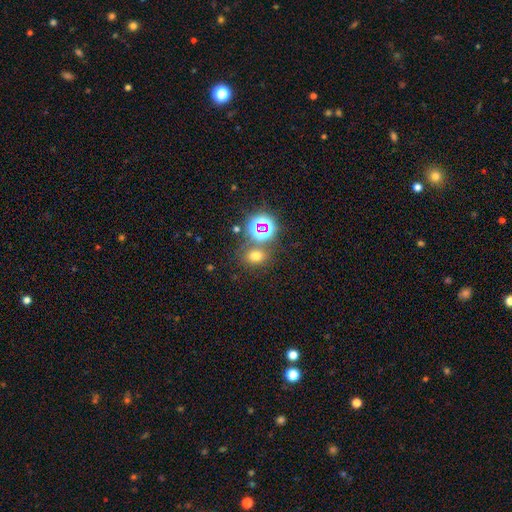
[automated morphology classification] Smooth or featured: smooth — 61% (star or artifact — 31%)
How rounded: round — 52% (in between — 46%)
Merging: none — 71% (merger — 14%)